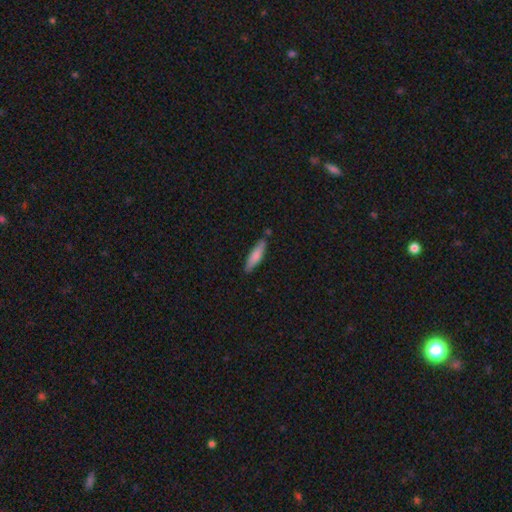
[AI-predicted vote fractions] smooth 79%, featured or disk 16%, star or artifact 6%. Down the decision tree: how rounded — cigar-shaped (73%); merging — none (79%).